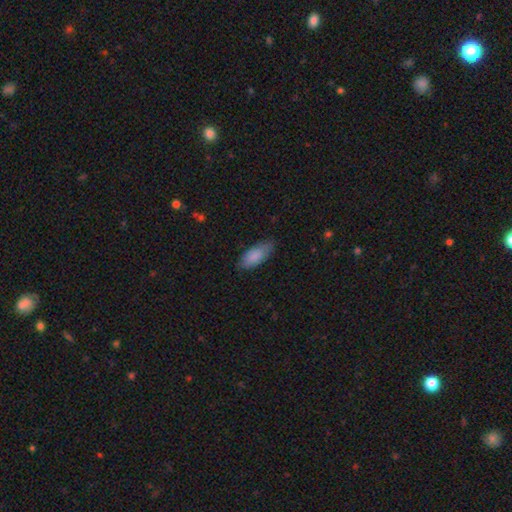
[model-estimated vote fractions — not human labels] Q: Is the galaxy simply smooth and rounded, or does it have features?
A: smooth — 87%.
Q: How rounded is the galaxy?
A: in between — 86%.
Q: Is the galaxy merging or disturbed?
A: none — 76%.